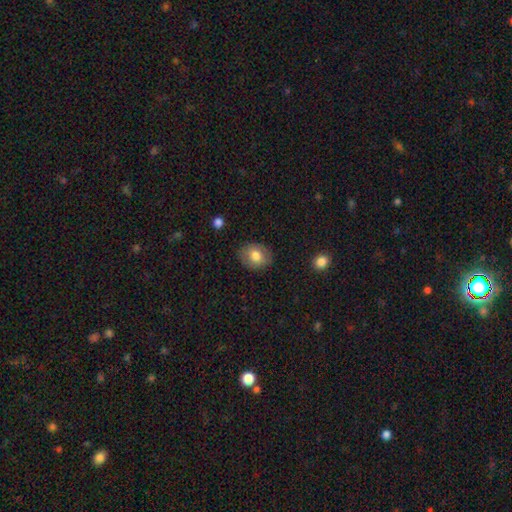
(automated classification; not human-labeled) A smooth galaxy with no disk features (77%) that is in between round and cigar-shaped (50%). Merging: none (85%).